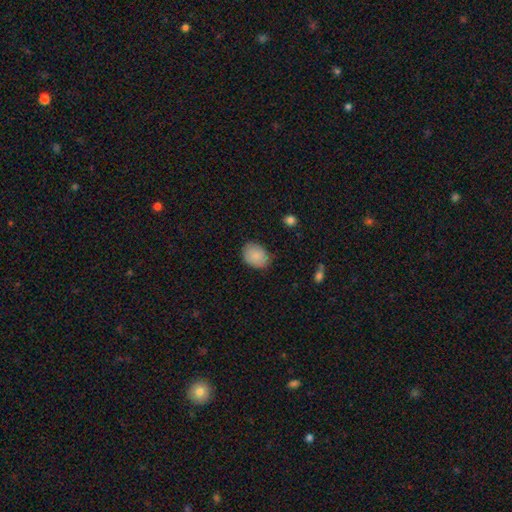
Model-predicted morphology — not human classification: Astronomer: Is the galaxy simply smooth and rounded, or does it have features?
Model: smooth — 86%.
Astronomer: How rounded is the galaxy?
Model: in between — 68%.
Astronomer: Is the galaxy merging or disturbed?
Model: none — 78%.